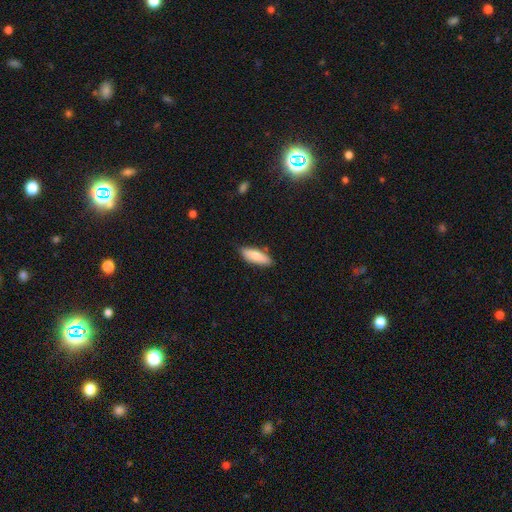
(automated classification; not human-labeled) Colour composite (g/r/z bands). It shows a smooth galaxy with no disk features (82%) that is in between round and cigar-shaped (59%). Merging: none (81%).